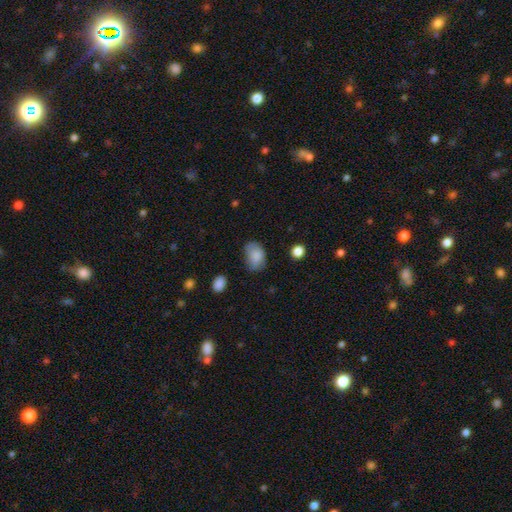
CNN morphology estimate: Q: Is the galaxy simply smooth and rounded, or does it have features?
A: smooth — 83%.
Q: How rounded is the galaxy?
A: in between — 83%.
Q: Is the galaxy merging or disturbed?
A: none — 58%.